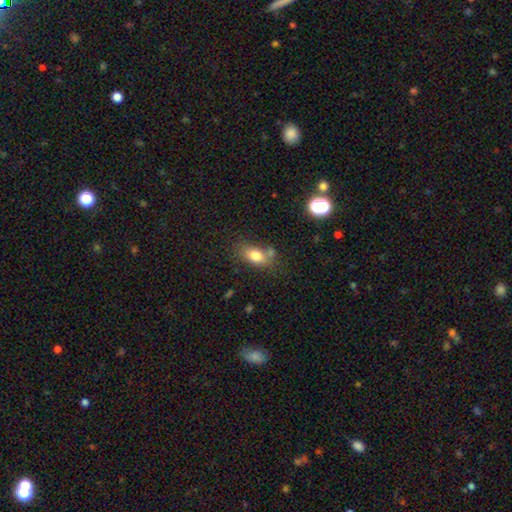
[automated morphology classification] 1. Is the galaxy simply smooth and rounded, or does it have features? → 78% smooth, 12% featured or disk, 9% star or artifact.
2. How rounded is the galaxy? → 83% in between, 11% round, 6% cigar-shaped.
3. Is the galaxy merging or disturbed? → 59% none, 19% minor disturbance, 15% merger, 6% major disturbance.